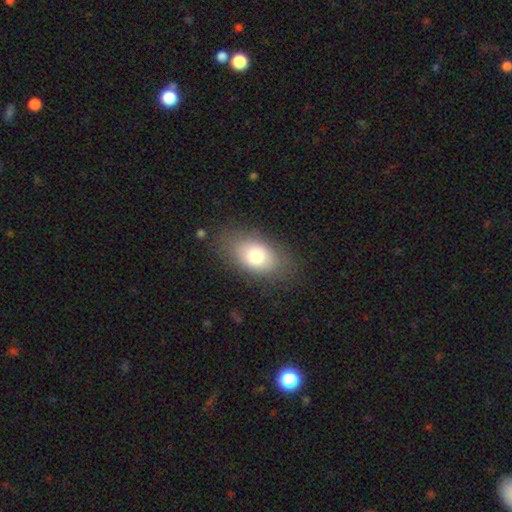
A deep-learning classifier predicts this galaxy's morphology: Smooth or featured?
  - smooth: 75% *
  - featured or disk: 15%
  - star or artifact: 9%
How rounded?
  - in between: 86% *
  - round: 12%
  - cigar-shaped: 2%
Merging?
  - none: 77% *
  - minor disturbance: 15%
  - major disturbance: 7%
  - merger: 1%